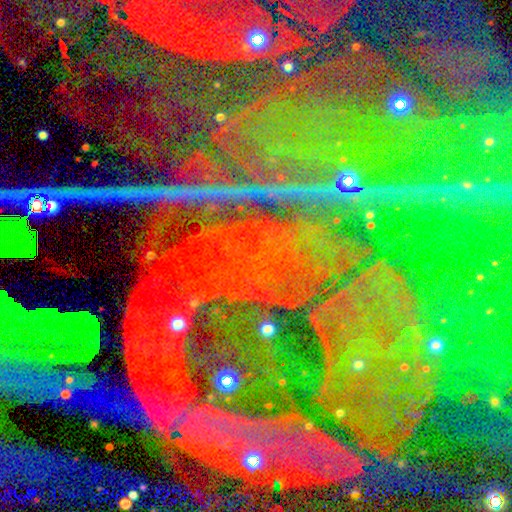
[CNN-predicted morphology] A star or artifact, not a galaxy (89%).